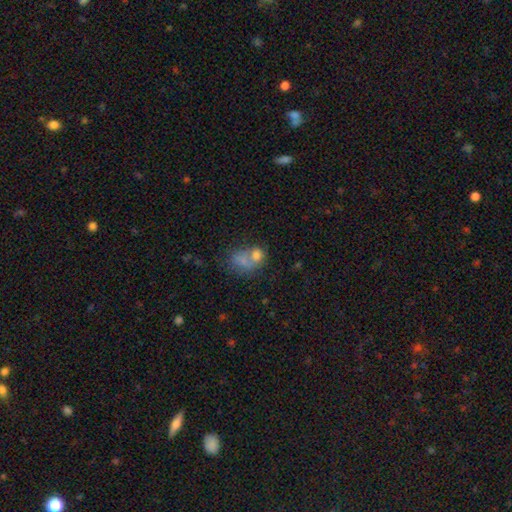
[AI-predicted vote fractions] The model was most divided on "how rounded": in between: 56%, round: 43%, cigar-shaped: 1%. More confident: smooth or featured — smooth (67%); merging — merger (57%).